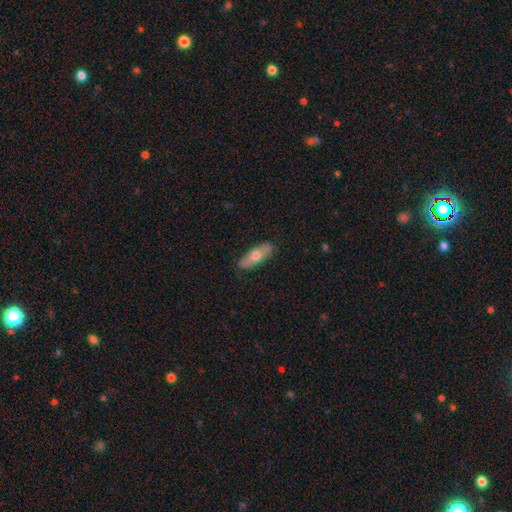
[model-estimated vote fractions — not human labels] smooth-or-featured: smooth: 60% | featured or disk: 35% | star or artifact: 6%
  how-rounded: in between: 60% | cigar-shaped: 37% | round: 3%
  merging: none: 86% | minor disturbance: 10% | major disturbance: 2% | merger: 1%